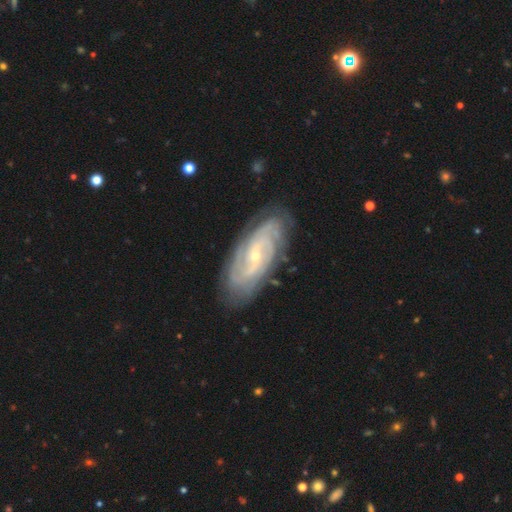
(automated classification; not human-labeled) Smooth or featured?
  - featured or disk: 88% *
  - smooth: 6%
  - star or artifact: 5%
Edge-on disk?
  - no: 94% *
  - yes: 6%
Bar?
  - no: 45% *
  - weak: 40%
  - strong: 15%
Spiral arms?
  - yes: 97% *
  - no: 3%
Spiral winding?
  - tight: 67% *
  - medium: 28%
  - loose: 6%
Spiral arm count?
  - 2: 27% *
  - can't tell: 26%
  - 3: 18%
  - 4: 16%
  - more than 4: 8%
  - 1: 6%
Bulge size?
  - small: 75% *
  - moderate: 22%
  - none: 1%
  - large: 1%
  - dominant: 1%
Merging?
  - none: 81% *
  - minor disturbance: 14%
  - major disturbance: 3%
  - merger: 1%